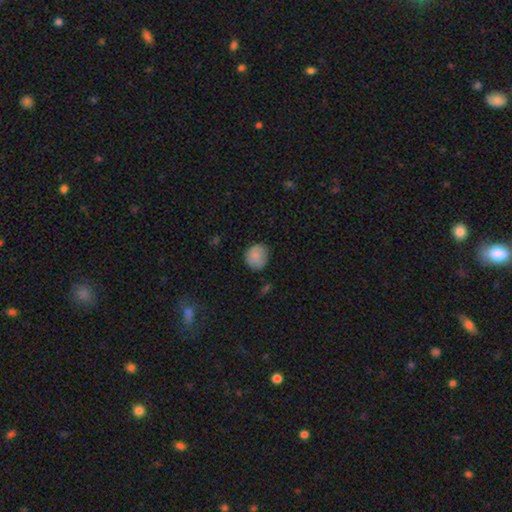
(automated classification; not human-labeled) This is clearly a smooth galaxy (84%). How rounded: clearly round (82%). Merging: likely none (78%).